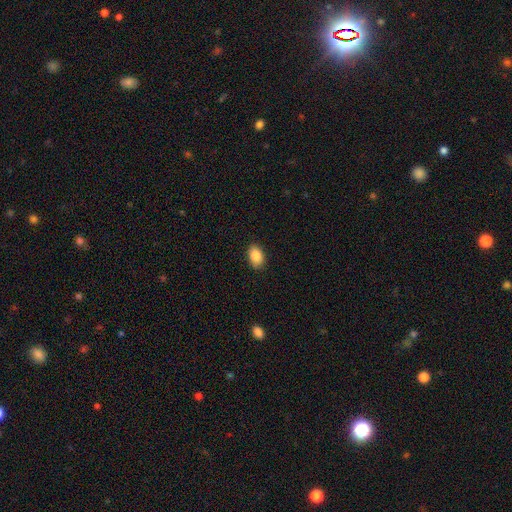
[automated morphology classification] Smooth or featured? smooth (88%)
How rounded? in between (86%)
Merging? none (87%)